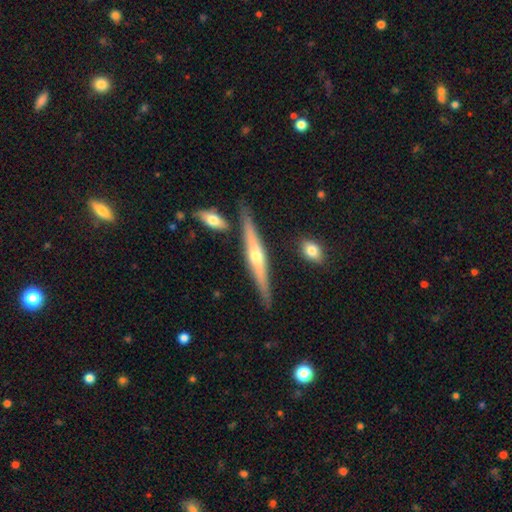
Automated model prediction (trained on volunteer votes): A featured or disk galaxy (70%) viewed edge-on (96%) with a rounded central bulge (86%). Merging: none (83%).